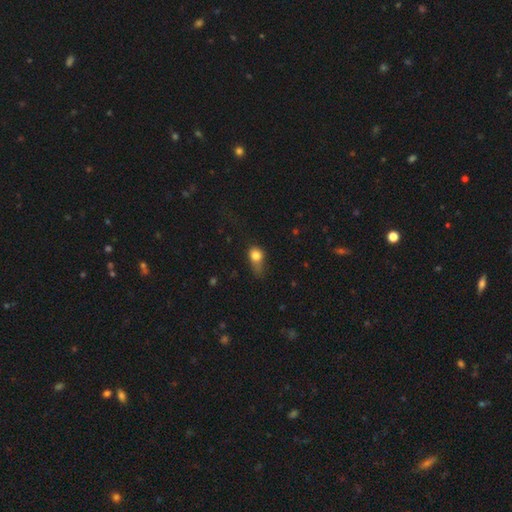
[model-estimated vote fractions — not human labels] smooth_or_featured: smooth (p=0.79) [alt: featured or disk p=0.11]
how_rounded: in between (p=0.54) [alt: round p=0.42]
merging: minor disturbance (p=0.38) [alt: major disturbance p=0.32]